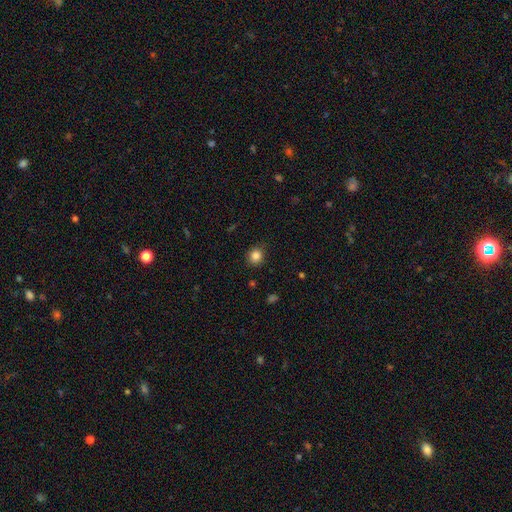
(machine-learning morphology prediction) smooth 84%, star or artifact 11%, featured or disk 5%. Down the decision tree: how rounded — round (83%); merging — none (86%).